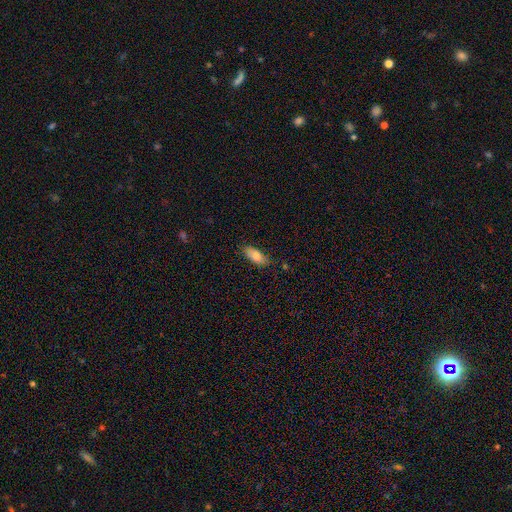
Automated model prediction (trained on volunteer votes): Smooth or featured? Predicted: smooth (p=0.85). How rounded? Predicted: in between (p=0.82). Merging? Predicted: none (p=0.78).